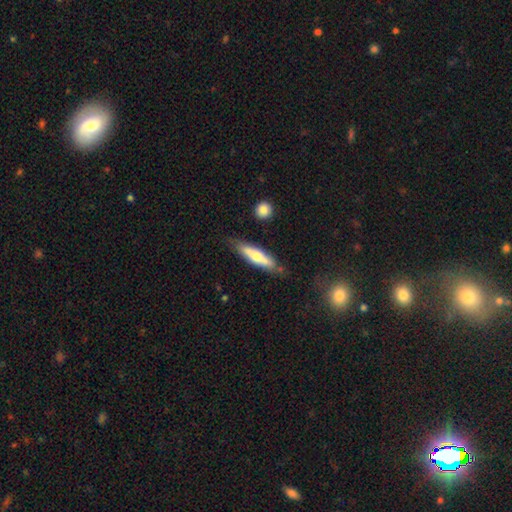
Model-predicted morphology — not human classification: Smooth or featured? smooth (56%)
How rounded? cigar-shaped (73%)
Merging? none (74%)